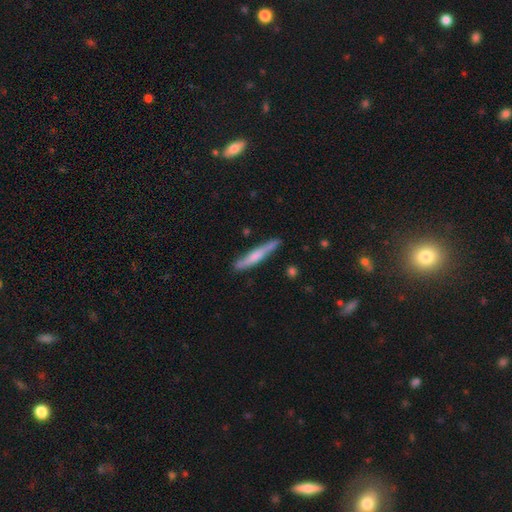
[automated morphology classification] smooth-or-featured: smooth: 51% | featured or disk: 44% | star or artifact: 5%
  how-rounded: cigar-shaped: 94% | in between: 4% | round: 1%
  merging: none: 80% | minor disturbance: 15% | major disturbance: 2% | merger: 2%